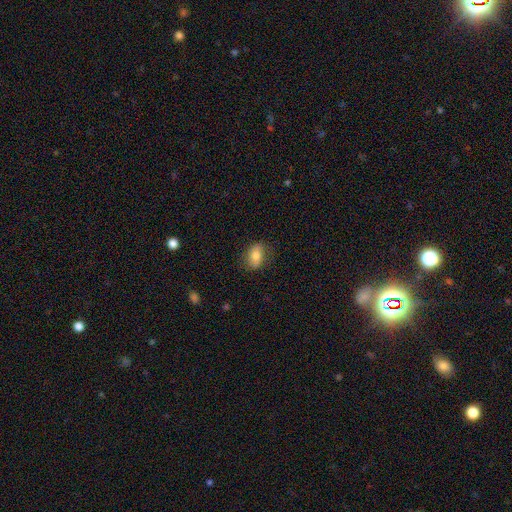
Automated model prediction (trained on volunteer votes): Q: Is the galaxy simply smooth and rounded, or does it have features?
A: smooth — 76%.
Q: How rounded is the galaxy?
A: in between — 82%.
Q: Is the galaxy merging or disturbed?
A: none — 76%.